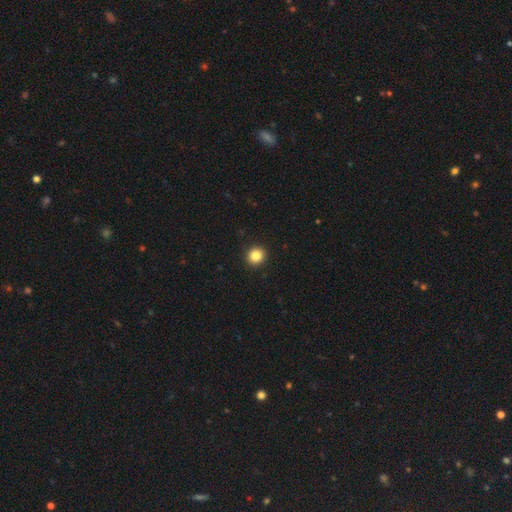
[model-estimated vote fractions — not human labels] This is clearly a smooth galaxy (86%). How rounded: clearly round (90%). Merging: clearly none (93%).